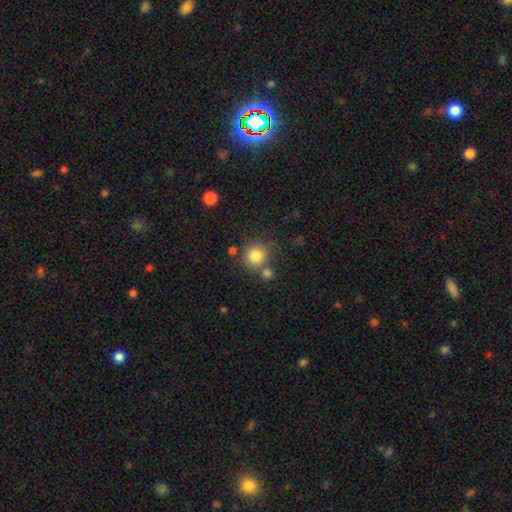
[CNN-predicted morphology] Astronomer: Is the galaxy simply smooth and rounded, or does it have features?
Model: smooth — 82%.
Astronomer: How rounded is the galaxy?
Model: round — 91%.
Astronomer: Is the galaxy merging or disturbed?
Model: none — 68%.